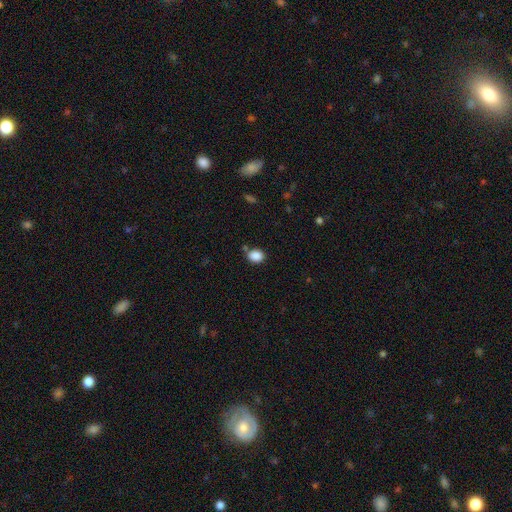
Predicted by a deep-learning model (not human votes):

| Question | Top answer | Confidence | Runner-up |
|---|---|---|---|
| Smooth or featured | smooth | 87% | star or artifact (9%) |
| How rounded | in between | 56% | round (43%) |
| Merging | none | 74% | minor disturbance (14%) |